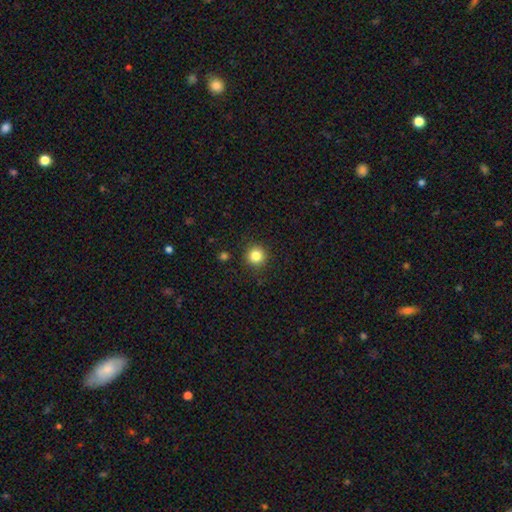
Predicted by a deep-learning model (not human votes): Overall: smooth (83%). How rounded: round (94%). Merging: none (91%).